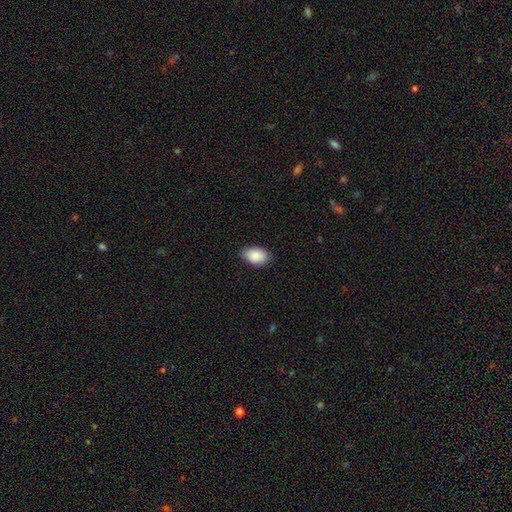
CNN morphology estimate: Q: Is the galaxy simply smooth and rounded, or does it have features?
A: smooth — 89%.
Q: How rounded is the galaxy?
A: in between — 89%.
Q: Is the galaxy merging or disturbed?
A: none — 84%.